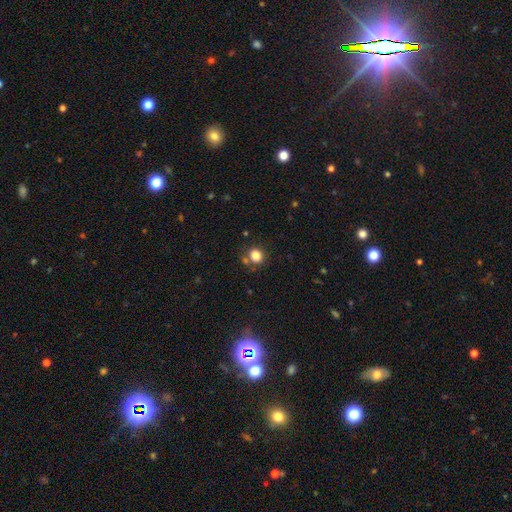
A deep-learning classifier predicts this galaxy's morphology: Overall: smooth (82%). How rounded: round (80%). Merging: none (74%).